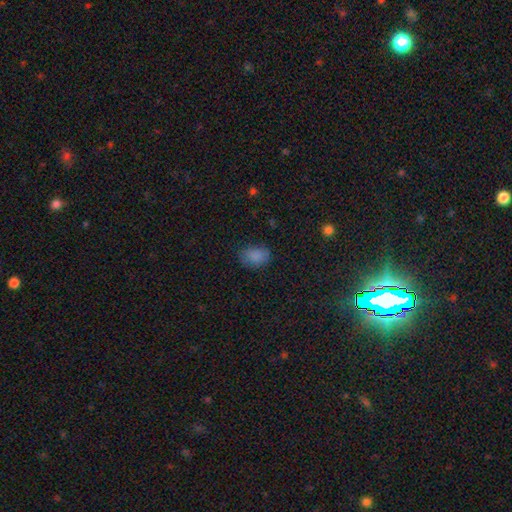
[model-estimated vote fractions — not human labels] This is clearly a smooth galaxy (83%). How rounded: likely in between (79%). Merging: likely none (72%).